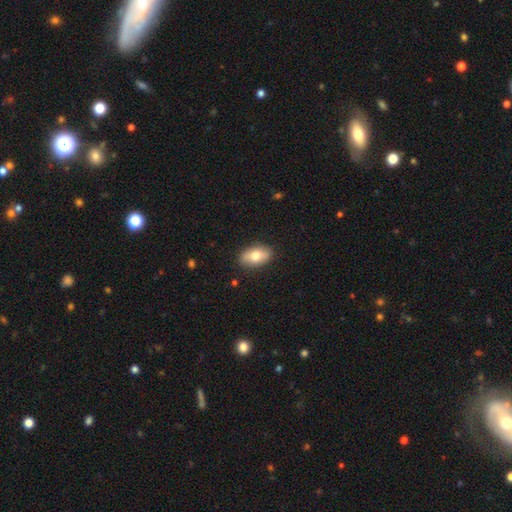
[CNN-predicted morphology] smooth-or-featured: smooth: 74% | featured or disk: 19% | star or artifact: 6%
  how-rounded: in between: 90% | round: 7% | cigar-shaped: 3%
  merging: none: 86% | minor disturbance: 11% | major disturbance: 2% | merger: 1%